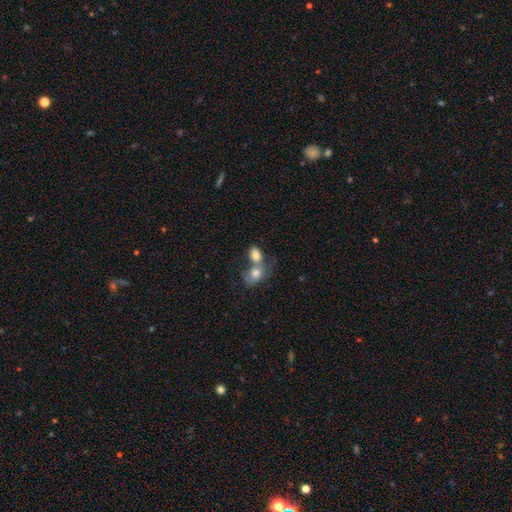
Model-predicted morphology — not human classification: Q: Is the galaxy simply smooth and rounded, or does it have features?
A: smooth — 78%.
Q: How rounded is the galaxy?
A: in between — 73%.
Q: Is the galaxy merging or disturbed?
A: merger — 67%.